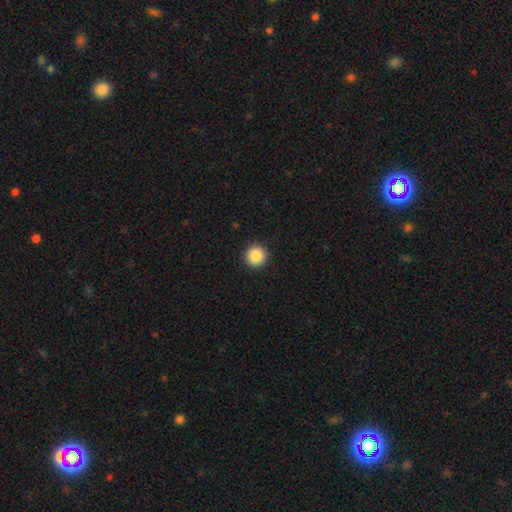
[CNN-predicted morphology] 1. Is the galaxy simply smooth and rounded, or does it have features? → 88% smooth, 9% star or artifact, 3% featured or disk.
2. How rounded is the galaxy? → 95% round, 4% in between, 1% cigar-shaped.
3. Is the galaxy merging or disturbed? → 93% none, 4% minor disturbance, 2% major disturbance, 1% merger.